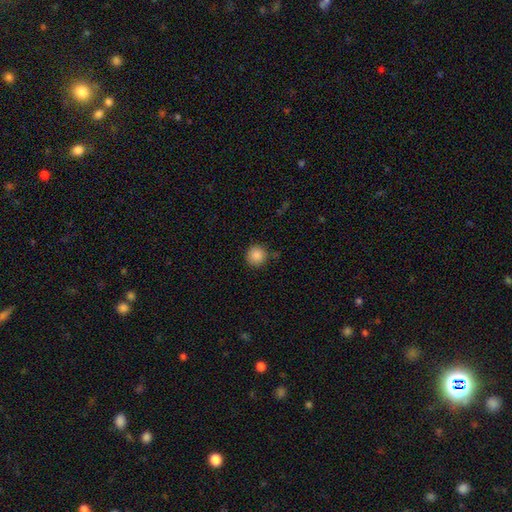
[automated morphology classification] smooth 87%, star or artifact 9%, featured or disk 4%. Down the decision tree: how rounded — round (94%); merging — none (85%).